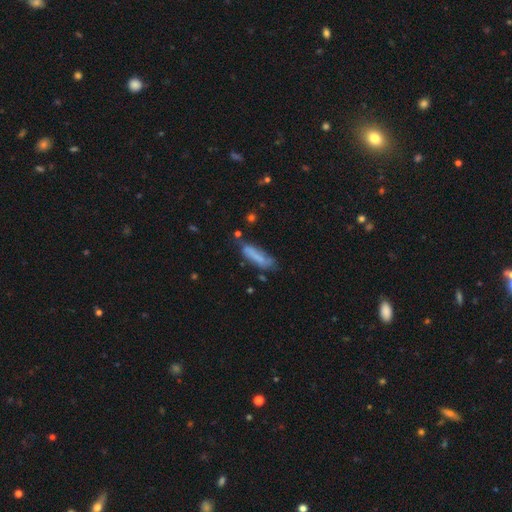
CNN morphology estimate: smooth-or-featured: smooth: 70% | featured or disk: 21% | star or artifact: 9%
  how-rounded: cigar-shaped: 67% | in between: 31% | round: 2%
  merging: none: 52% | minor disturbance: 29% | major disturbance: 12% | merger: 7%